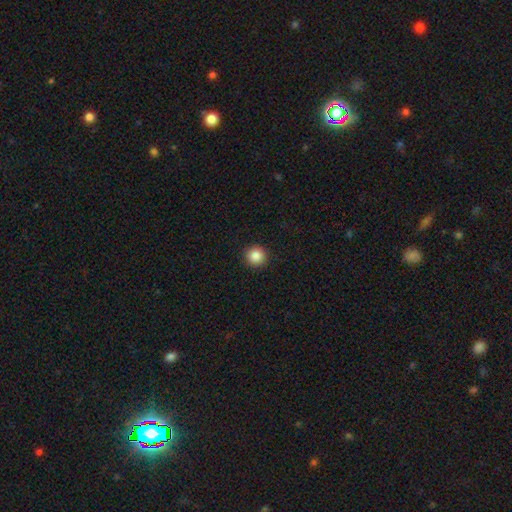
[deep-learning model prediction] A smooth galaxy with no disk features (86%) that is round (95%).

Vote fractions:
- Smooth or featured? smooth: 86% / star or artifact: 10% / featured or disk: 4%
- How rounded? round: 95% / in between: 4% / cigar-shaped: 1%
- Merging? none: 93% / minor disturbance: 5% / major disturbance: 2% / merger: 1%